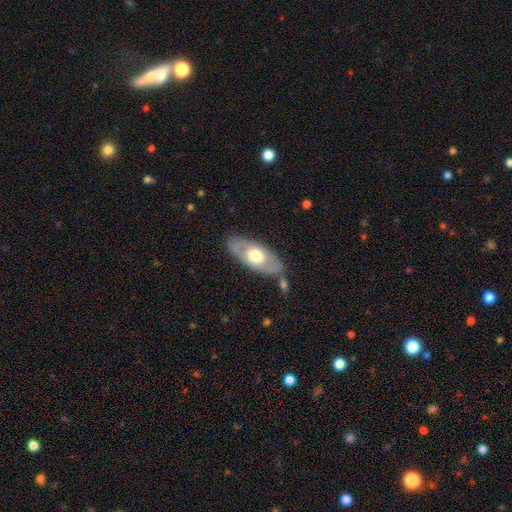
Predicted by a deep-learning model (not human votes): Smooth or featured? Predicted: featured or disk (p=0.50). Edge-on disk? Predicted: no (p=0.78). Merging? Predicted: none (p=0.75).